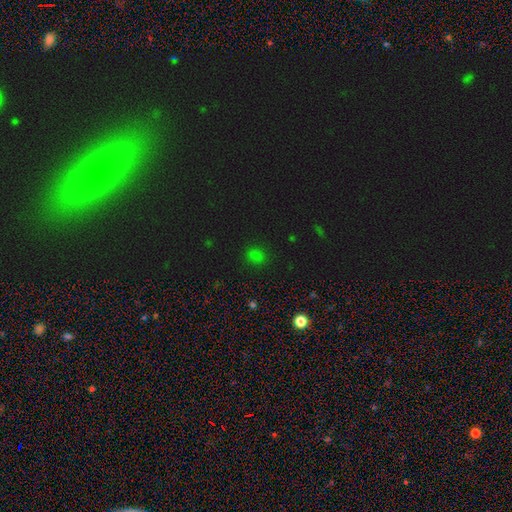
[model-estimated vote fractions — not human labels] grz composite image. It shows a smooth galaxy with no disk features (67%) that is round (63%). Merging: none (86%).